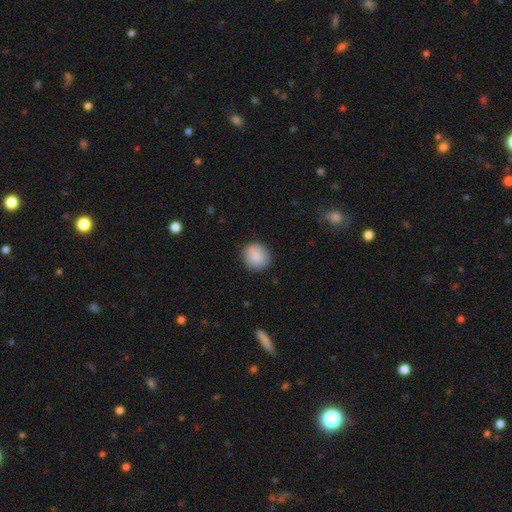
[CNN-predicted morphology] Smooth or featured: smooth — 88% (star or artifact — 7%)
How rounded: round — 85% (in between — 14%)
Merging: none — 88% (minor disturbance — 9%)